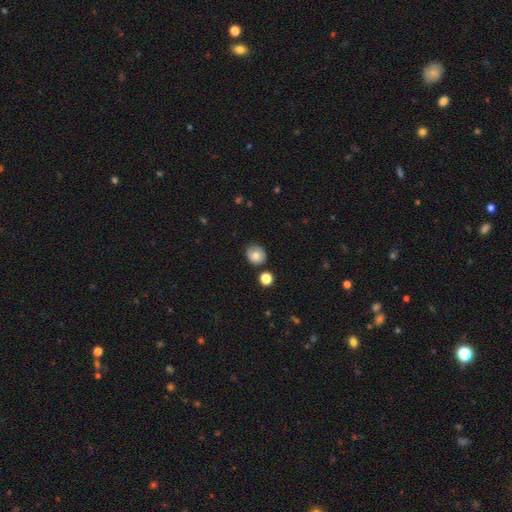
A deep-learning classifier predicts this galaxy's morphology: Smooth or featured?
  - smooth: 76% *
  - featured or disk: 15%
  - star or artifact: 10%
How rounded?
  - round: 81% *
  - in between: 18%
  - cigar-shaped: 1%
Merging?
  - none: 75% *
  - minor disturbance: 17%
  - merger: 4%
  - major disturbance: 4%